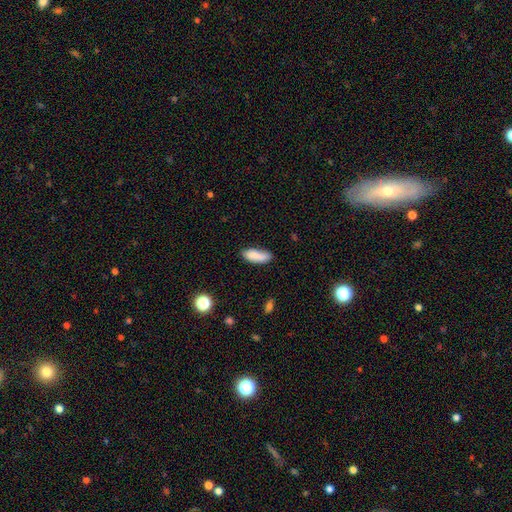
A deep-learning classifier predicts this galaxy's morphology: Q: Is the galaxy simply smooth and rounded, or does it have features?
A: smooth — 83%.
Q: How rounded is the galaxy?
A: in between — 71%.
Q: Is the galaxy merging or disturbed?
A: none — 67%.